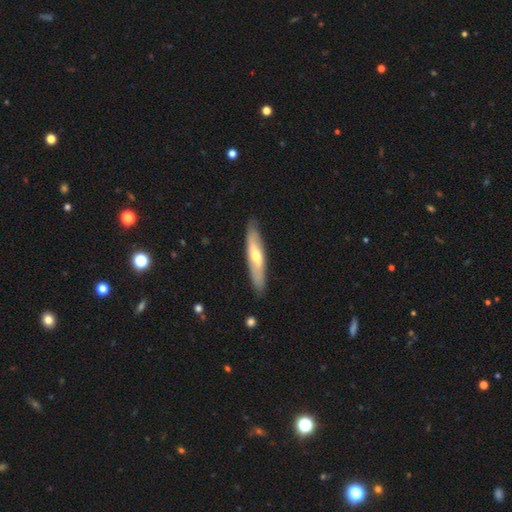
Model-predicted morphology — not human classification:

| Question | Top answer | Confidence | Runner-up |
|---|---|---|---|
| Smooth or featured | featured or disk | 50% | smooth (44%) |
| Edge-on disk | yes | 65% | no (35%) |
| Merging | none | 86% | minor disturbance (11%) |